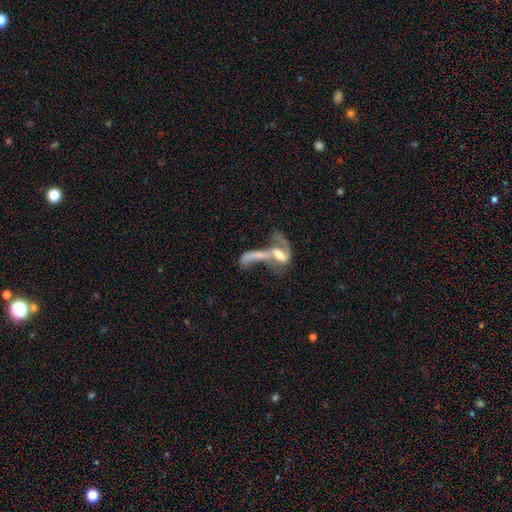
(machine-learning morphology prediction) Overall: featured or disk (57%; smooth 33%). Edge-on disk: no (84%). Merging: merger (63%).